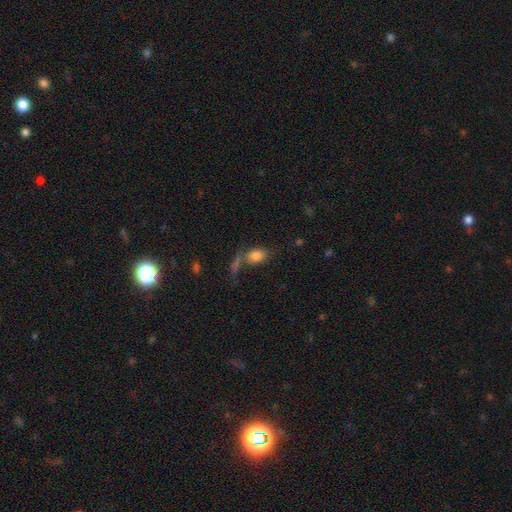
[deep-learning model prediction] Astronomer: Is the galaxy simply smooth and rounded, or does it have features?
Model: smooth — 81%.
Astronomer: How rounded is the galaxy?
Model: in between — 79%.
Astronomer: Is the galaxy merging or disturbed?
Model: none — 50%.